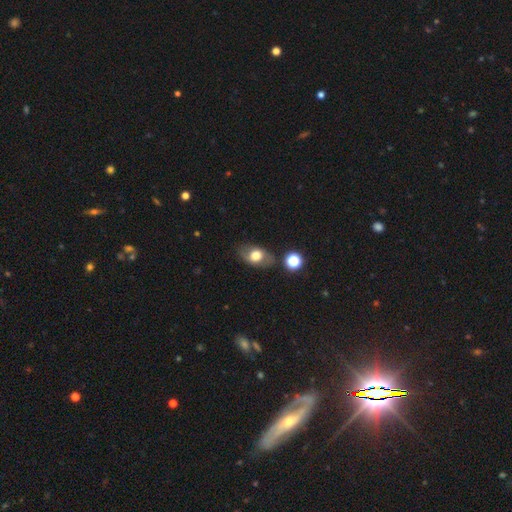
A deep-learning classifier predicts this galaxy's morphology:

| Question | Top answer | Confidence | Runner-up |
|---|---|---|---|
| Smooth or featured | smooth | 63% | featured or disk (29%) |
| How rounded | in between | 81% | round (17%) |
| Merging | none | 76% | minor disturbance (15%) |